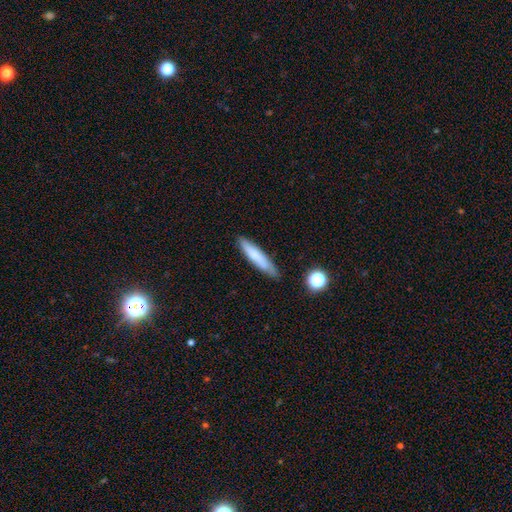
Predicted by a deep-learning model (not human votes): Smooth or featured? Predicted: smooth (p=0.75). How rounded? Predicted: cigar-shaped (p=0.89). Merging? Predicted: none (p=0.83).